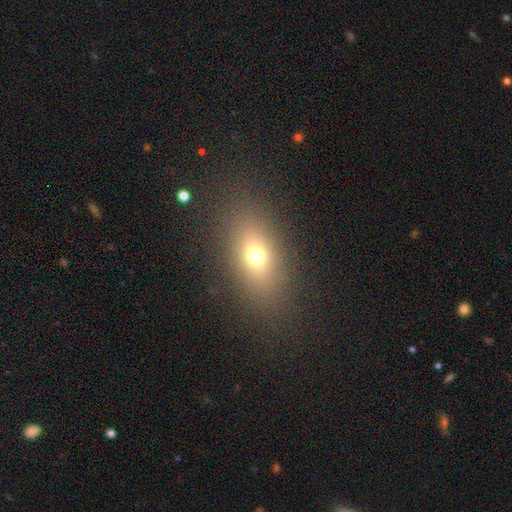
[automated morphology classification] type=smooth (68%); roundness=in between (77%); merging=none (83%).